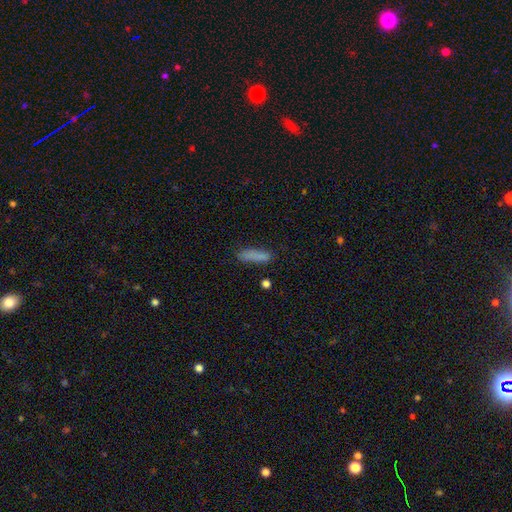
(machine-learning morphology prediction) Smooth or featured?
  - smooth: 84% *
  - star or artifact: 8%
  - featured or disk: 8%
How rounded?
  - cigar-shaped: 76% *
  - in between: 22%
  - round: 2%
Merging?
  - none: 79% *
  - minor disturbance: 15%
  - major disturbance: 4%
  - merger: 3%